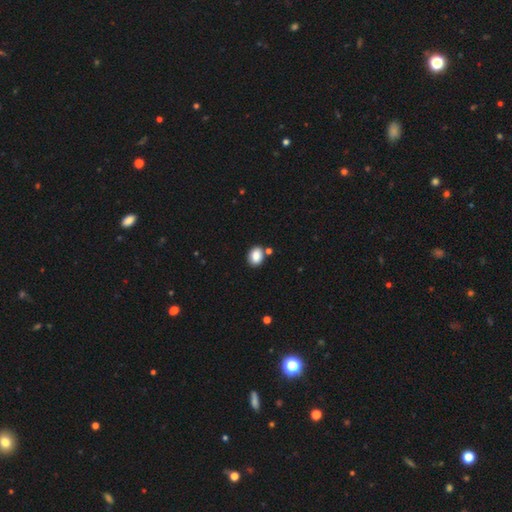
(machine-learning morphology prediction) The model was most divided on "how rounded": in between: 65%, round: 34%, cigar-shaped: 1%. More confident: smooth or featured — smooth (86%); merging — none (78%).